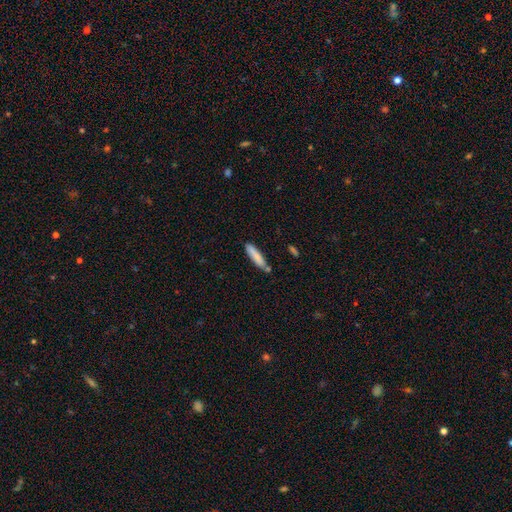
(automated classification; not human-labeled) A smooth galaxy with no disk features (81%) that is cigar-shaped (81%). Merging: none (71%).